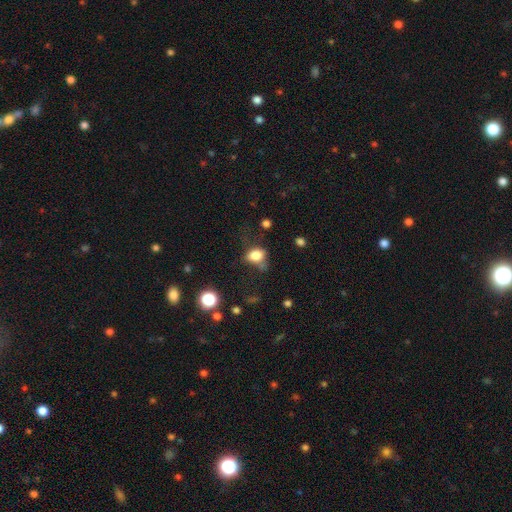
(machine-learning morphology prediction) This is likely a smooth galaxy (79%). How rounded: likely in between (67%). Merging: marginally none (45%).